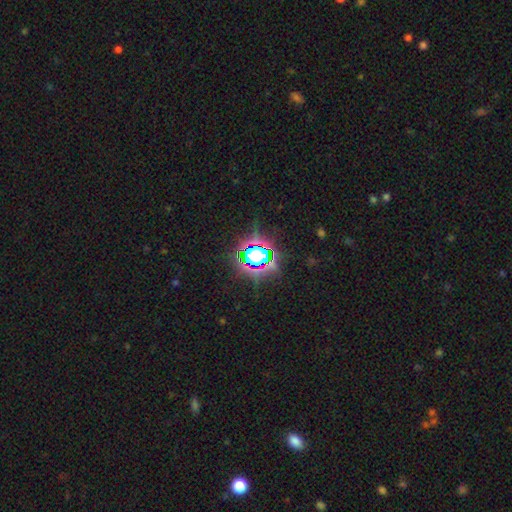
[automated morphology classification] This appears to be a star or artifact, not a galaxy (72%).